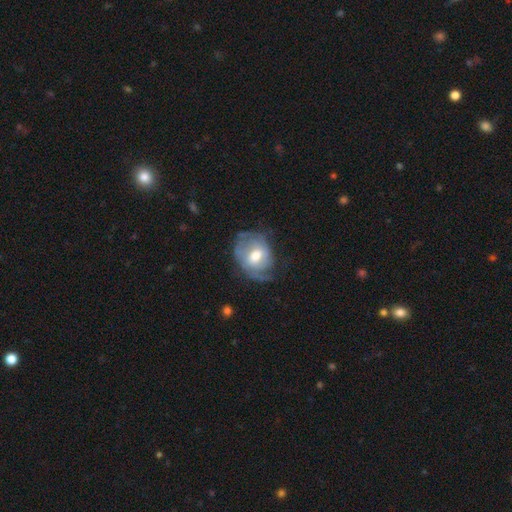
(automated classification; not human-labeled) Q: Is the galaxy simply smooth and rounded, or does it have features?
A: featured or disk — 65%.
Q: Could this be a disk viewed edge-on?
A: no — 97%.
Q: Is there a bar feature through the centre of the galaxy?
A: no — 47%.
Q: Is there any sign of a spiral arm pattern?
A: yes — 77%.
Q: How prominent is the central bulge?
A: moderate — 69%.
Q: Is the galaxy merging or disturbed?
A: none — 50%.